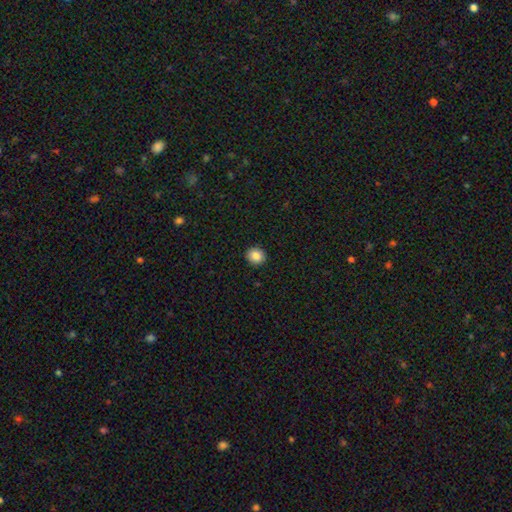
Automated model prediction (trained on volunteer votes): Overall: smooth (86%). How rounded: round (88%). Merging: none (92%).